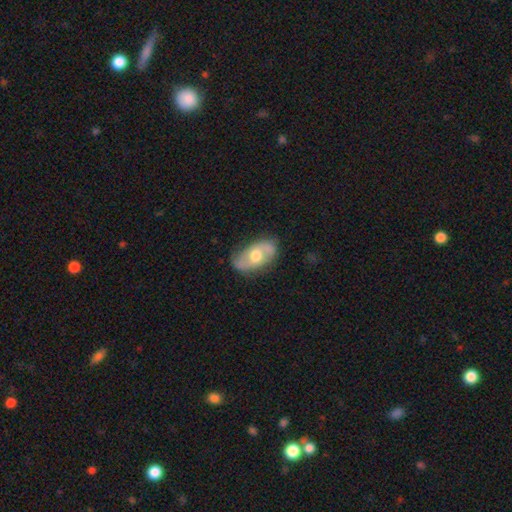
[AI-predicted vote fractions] Smooth or featured? Predicted: featured or disk (p=0.60). Edge-on disk? Predicted: no (p=0.91). Bar? Predicted: no (p=0.65). Spiral arms? Predicted: yes (p=0.68). Bulge size? Predicted: moderate (p=0.71). Merging? Predicted: none (p=0.75).